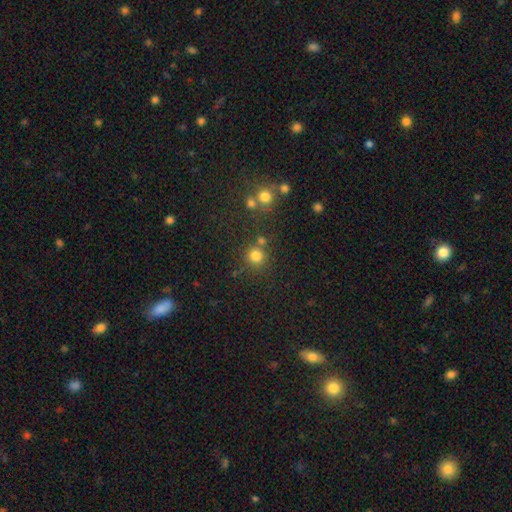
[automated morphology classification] smooth_or_featured: smooth (p=0.78) [alt: star or artifact p=0.16]
how_rounded: round (p=0.92) [alt: in between p=0.07]
merging: none (p=0.72) [alt: merger p=0.15]